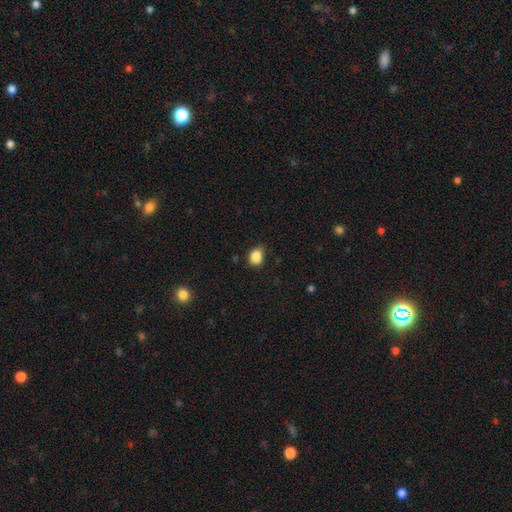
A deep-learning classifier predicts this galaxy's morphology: type=smooth (87%); roundness=in between (55%); merging=none (64%).